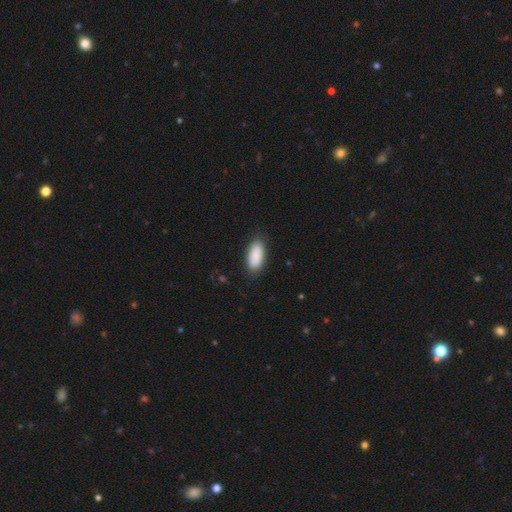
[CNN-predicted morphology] Q: Smooth or featured?
A: smooth (90%); runner-up: star or artifact (6%)
Q: How rounded?
A: in between (90%); runner-up: cigar-shaped (8%)
Q: Merging?
A: none (84%); runner-up: minor disturbance (12%)